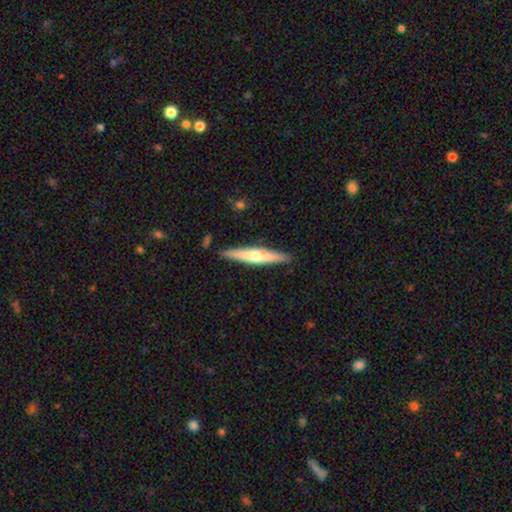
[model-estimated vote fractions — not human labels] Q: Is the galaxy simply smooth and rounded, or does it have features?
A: featured or disk — 59%.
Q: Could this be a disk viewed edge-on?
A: yes — 96%.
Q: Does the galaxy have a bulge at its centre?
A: rounded — 85%.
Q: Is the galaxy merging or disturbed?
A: none — 88%.